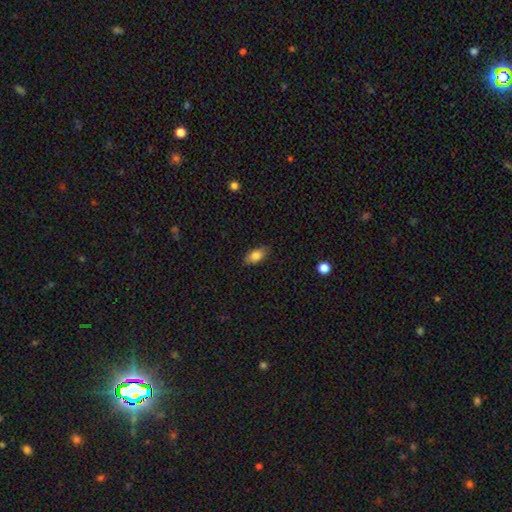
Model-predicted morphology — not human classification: Q: Smooth or featured?
A: smooth (82%); runner-up: featured or disk (10%)
Q: How rounded?
A: in between (89%); runner-up: cigar-shaped (7%)
Q: Merging?
A: none (86%); runner-up: minor disturbance (11%)